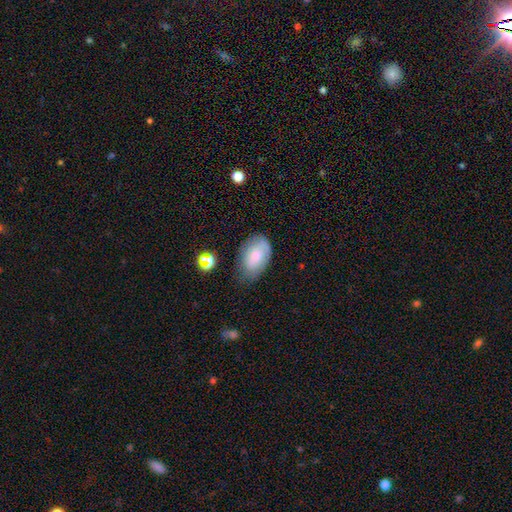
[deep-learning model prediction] Smooth or featured?
  - smooth: 74% *
  - featured or disk: 18%
  - star or artifact: 8%
How rounded?
  - in between: 91% *
  - round: 8%
  - cigar-shaped: 1%
Merging?
  - none: 58% *
  - minor disturbance: 31%
  - major disturbance: 9%
  - merger: 3%